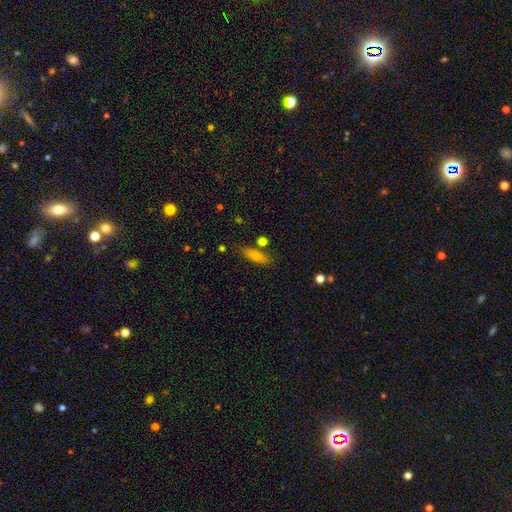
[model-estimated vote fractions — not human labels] This appears to be a smooth galaxy with no disk features (79%) that is in between round and cigar-shaped (49%). Merging: none (74%).